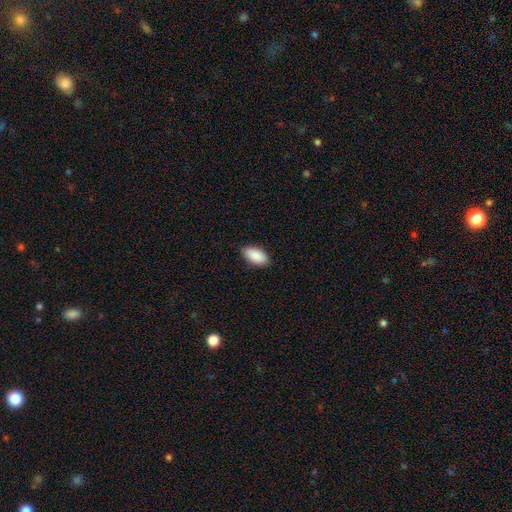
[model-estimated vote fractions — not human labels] A smooth galaxy with no disk features (91%) that is in between round and cigar-shaped (94%).

Vote fractions:
- Smooth or featured? smooth: 91% / star or artifact: 6% / featured or disk: 3%
- How rounded? in between: 94% / cigar-shaped: 4% / round: 2%
- Merging? none: 89% / minor disturbance: 9% / major disturbance: 2% / merger: 1%